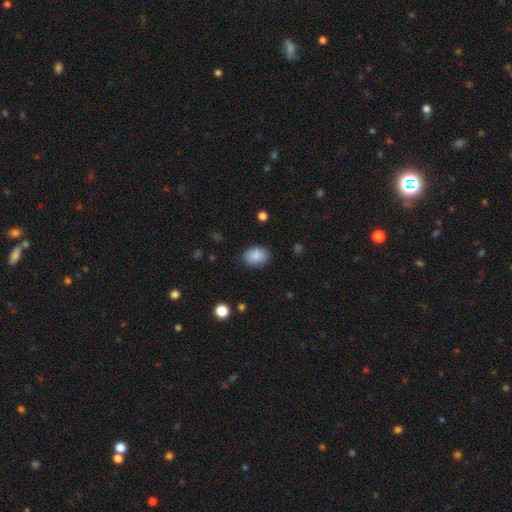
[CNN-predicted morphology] This is clearly a smooth galaxy (88%). How rounded: likely in between (60%). Merging: clearly none (84%).